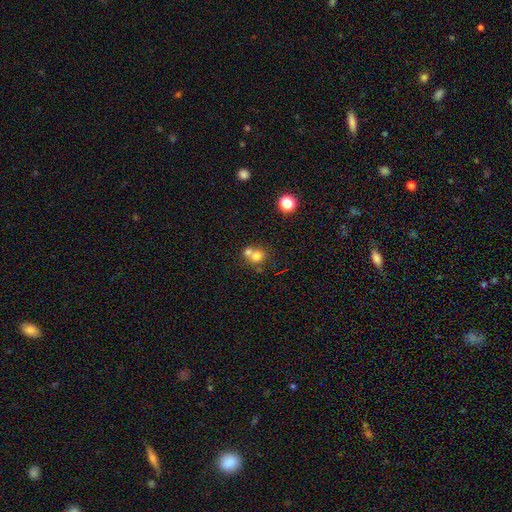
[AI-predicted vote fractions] smooth 72%, featured or disk 15%, star or artifact 13%. Down the decision tree: how rounded — round (78%); merging — merger (54%).